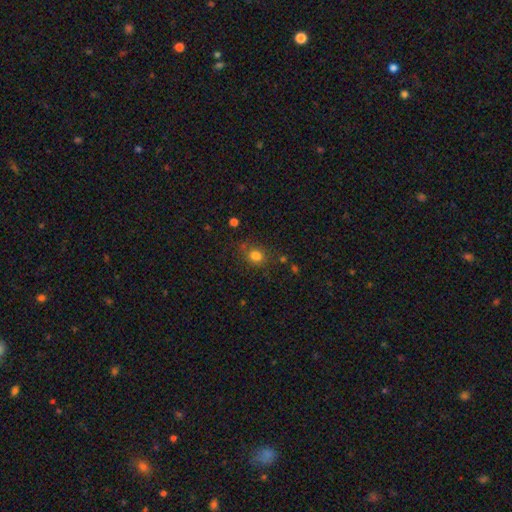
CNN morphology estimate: smooth-or-featured: smooth: 79% | star or artifact: 15% | featured or disk: 6%
  how-rounded: round: 70% | in between: 29% | cigar-shaped: 1%
  merging: none: 75% | minor disturbance: 15% | major disturbance: 5% | merger: 5%